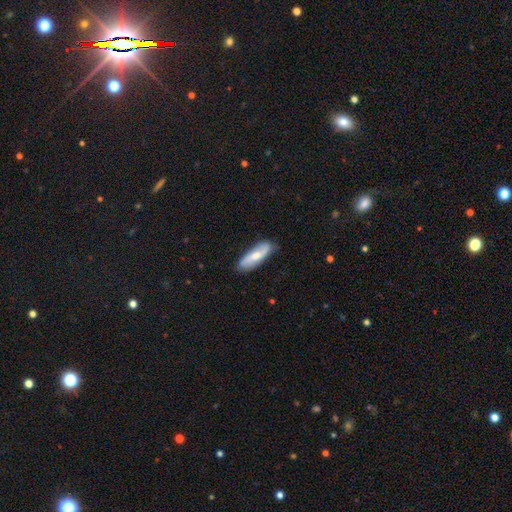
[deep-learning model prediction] Overall: smooth (49%; featured or disk 46%). Merging: none (79%).